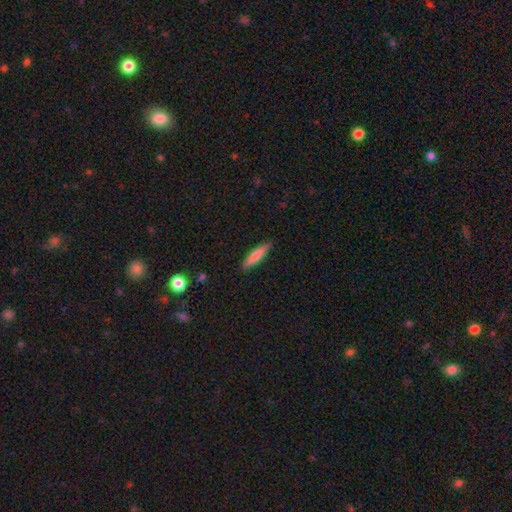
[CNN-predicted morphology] smooth-or-featured: smooth: 80% | featured or disk: 14% | star or artifact: 6%
  how-rounded: cigar-shaped: 77% | in between: 22% | round: 1%
  merging: none: 85% | minor disturbance: 12% | major disturbance: 2% | merger: 1%